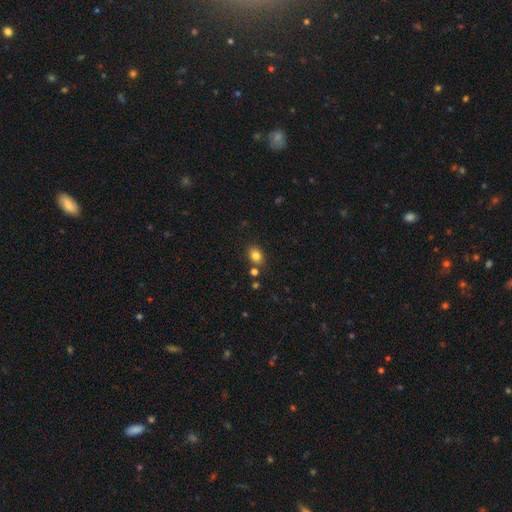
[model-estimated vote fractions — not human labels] A smooth galaxy with no disk features (82%) that is in between round and cigar-shaped (62%). Merging: none (79%).